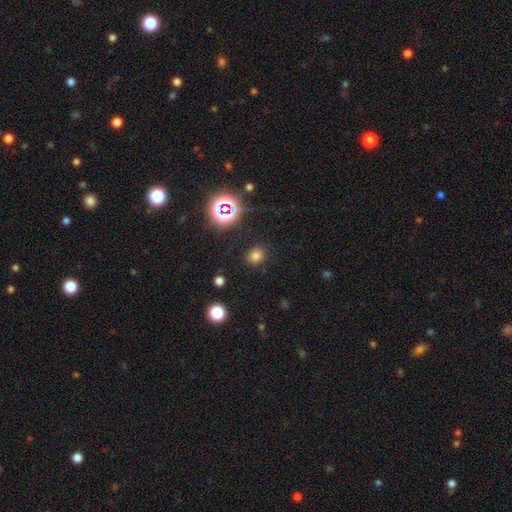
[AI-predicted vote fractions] A smooth galaxy with no disk features (71%) that is round (67%). Merging: none (85%).